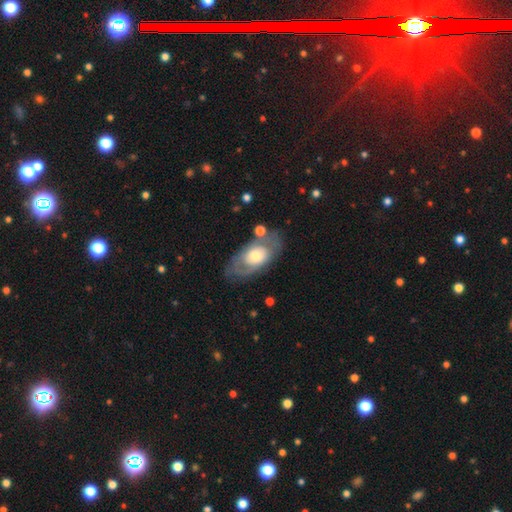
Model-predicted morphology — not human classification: Smooth or featured? Predicted: featured or disk (p=0.55). Edge-on disk? Predicted: no (p=0.89). Merging? Predicted: none (p=0.63).